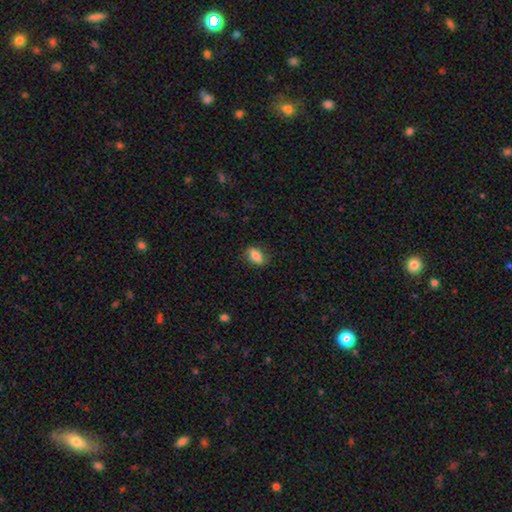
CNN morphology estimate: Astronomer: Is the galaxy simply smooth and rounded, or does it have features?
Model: smooth — 77%.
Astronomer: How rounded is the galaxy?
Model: in between — 80%.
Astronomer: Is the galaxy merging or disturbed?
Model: none — 81%.